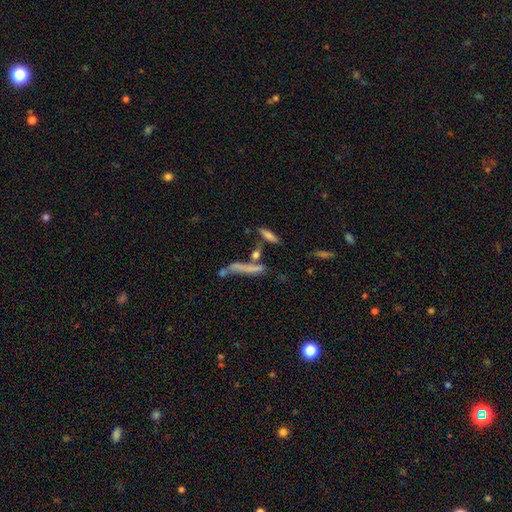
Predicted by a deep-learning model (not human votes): A smooth galaxy with no disk features (49%). Merging: none (52%).